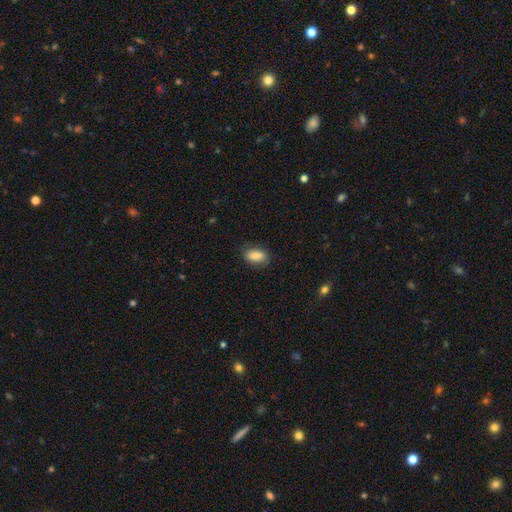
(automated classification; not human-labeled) Smooth or featured? Predicted: smooth (p=0.83). How rounded? Predicted: in between (p=0.90). Merging? Predicted: none (p=0.80).